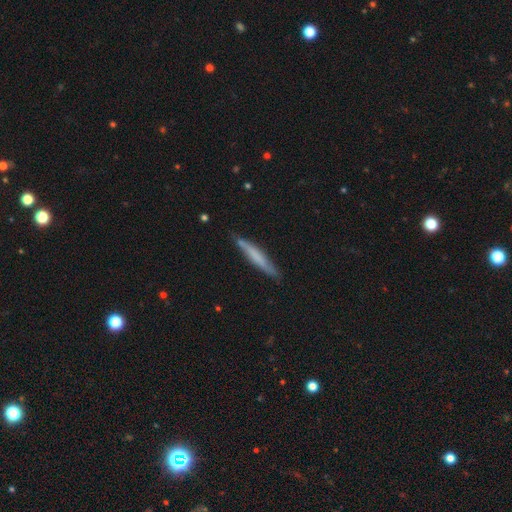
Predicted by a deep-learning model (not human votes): Morphology: type=smooth (54%); roundness=cigar-shaped (94%); merging=none (81%).